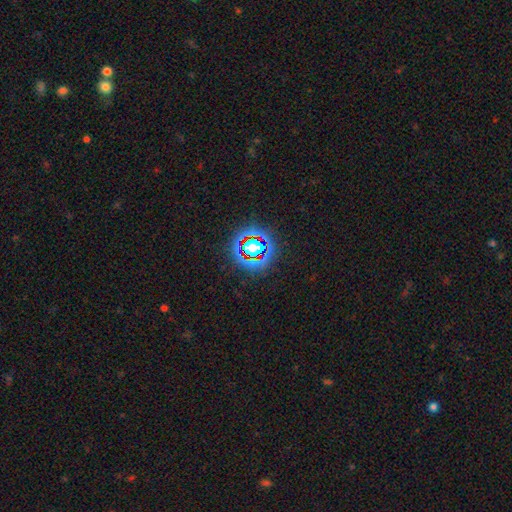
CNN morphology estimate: smooth_or_featured: star or artifact (p=0.77) [alt: smooth p=0.14]